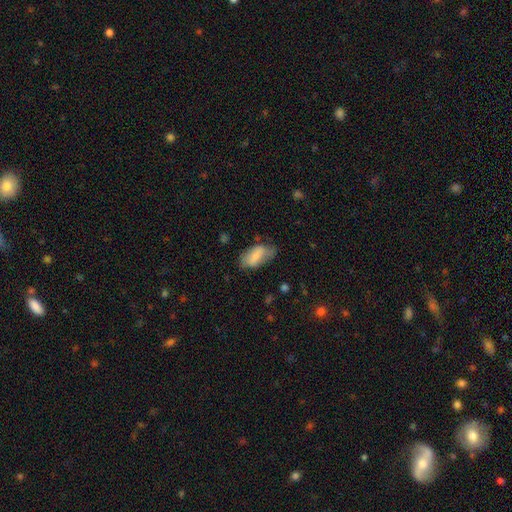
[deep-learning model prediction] Q: Smooth or featured?
A: smooth (72%); runner-up: featured or disk (20%)
Q: How rounded?
A: in between (91%); runner-up: cigar-shaped (6%)
Q: Merging?
A: none (50%); runner-up: minor disturbance (34%)